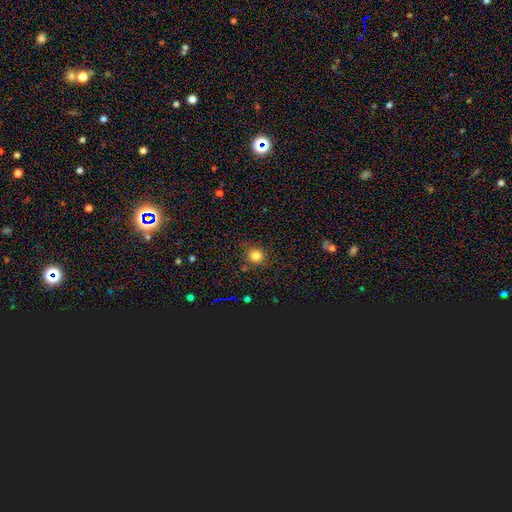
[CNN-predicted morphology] Smooth or featured? Predicted: smooth (p=0.79). How rounded? Predicted: round (p=0.89). Merging? Predicted: none (p=0.82).